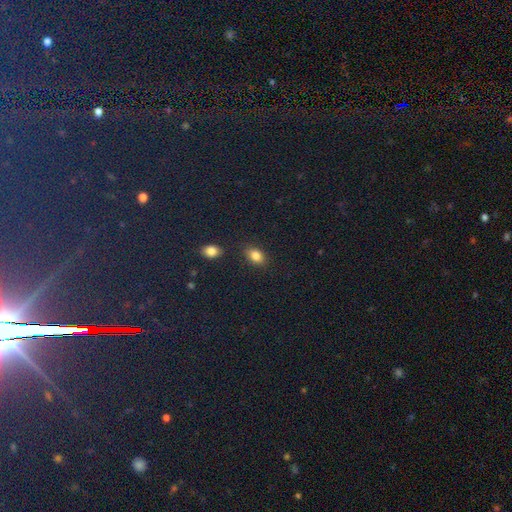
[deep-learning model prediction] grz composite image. It shows a smooth galaxy with no disk features (84%) that is in between round and cigar-shaped (82%). Merging: none (82%).